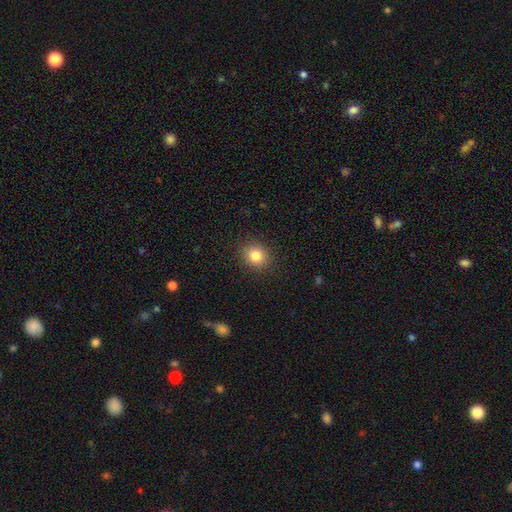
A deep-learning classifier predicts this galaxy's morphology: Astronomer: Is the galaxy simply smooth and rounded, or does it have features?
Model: smooth — 83%.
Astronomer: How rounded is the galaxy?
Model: round — 72%.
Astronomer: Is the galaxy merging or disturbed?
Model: none — 90%.